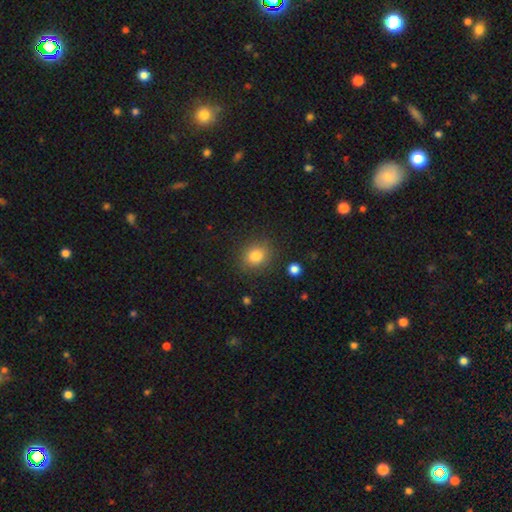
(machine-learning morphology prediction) Smooth or featured? Predicted: smooth (p=0.82). How rounded? Predicted: round (p=0.76). Merging? Predicted: none (p=0.86).